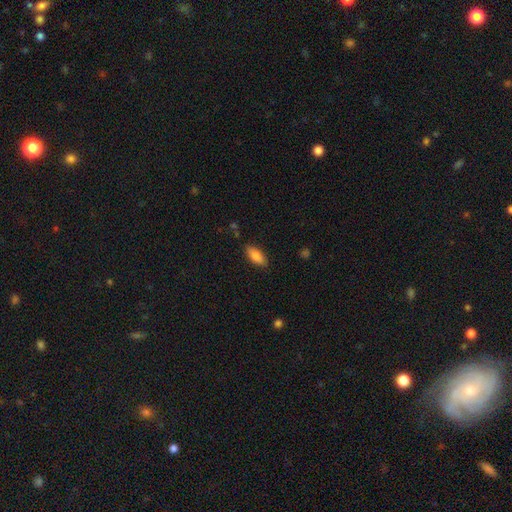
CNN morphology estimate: This appears to be a smooth galaxy with no disk features (85%) that is in between round and cigar-shaped (83%). Merging: none (85%).